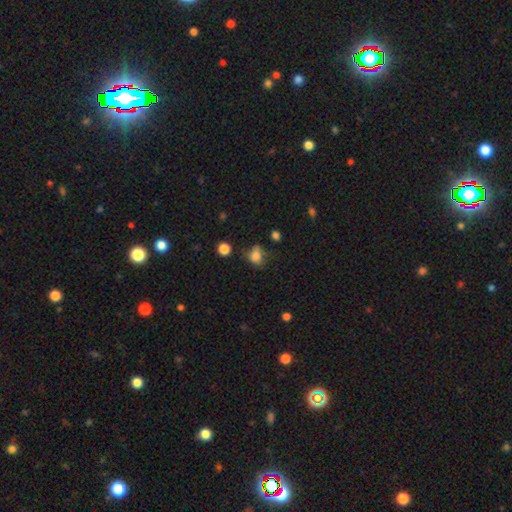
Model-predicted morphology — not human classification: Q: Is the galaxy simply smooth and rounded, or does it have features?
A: smooth — 79%.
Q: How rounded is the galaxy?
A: in between — 56%.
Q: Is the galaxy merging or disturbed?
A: none — 50%.